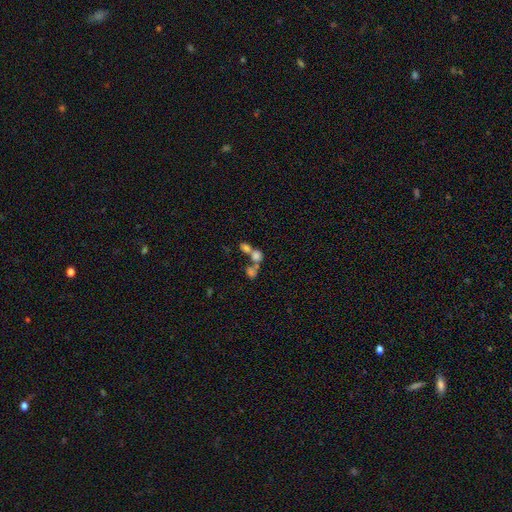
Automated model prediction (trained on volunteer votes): smooth 68%, featured or disk 17%, star or artifact 14%. Down the decision tree: how rounded — round (54%); merging — merger (61%).